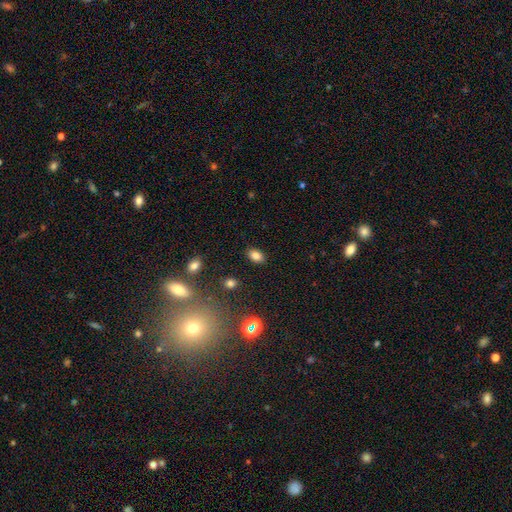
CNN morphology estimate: Smooth or featured?
  - smooth: 82% *
  - star or artifact: 12%
  - featured or disk: 6%
How rounded?
  - in between: 86% *
  - round: 12%
  - cigar-shaped: 2%
Merging?
  - none: 86% *
  - minor disturbance: 9%
  - major disturbance: 3%
  - merger: 2%